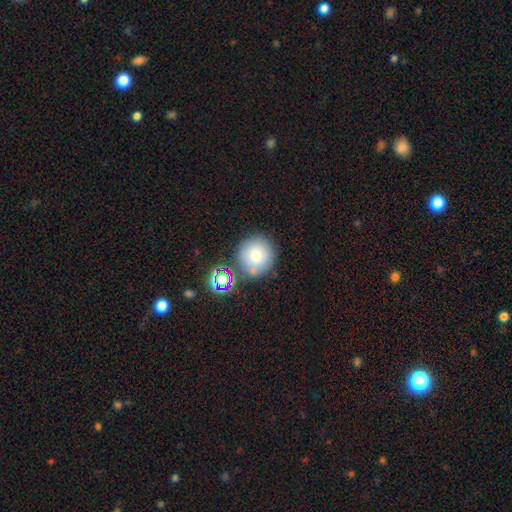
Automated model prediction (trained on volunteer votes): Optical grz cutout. It shows a smooth galaxy with no disk features (76%) that is round (93%). Merging: none (73%).